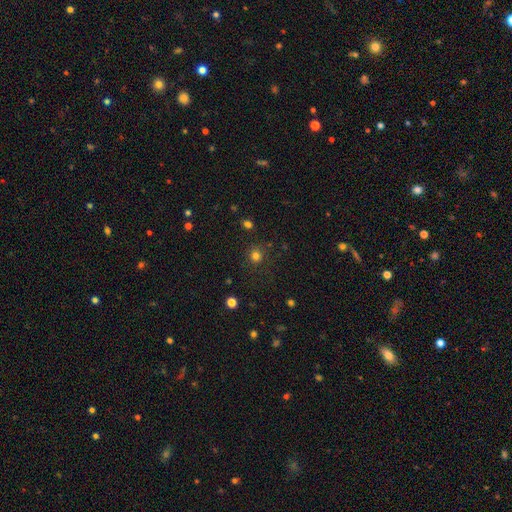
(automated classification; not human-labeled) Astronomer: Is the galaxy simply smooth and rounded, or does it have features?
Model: smooth — 77%.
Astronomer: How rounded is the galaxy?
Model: round — 91%.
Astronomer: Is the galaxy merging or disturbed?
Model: none — 84%.